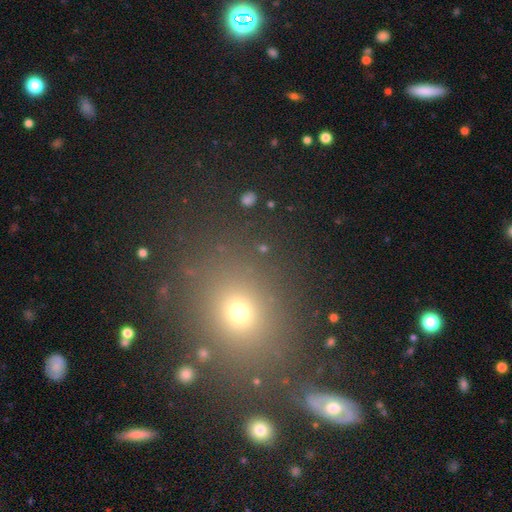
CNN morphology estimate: The model was most divided on "how rounded": round: 62%, in between: 37%, cigar-shaped: 2%. More confident: merging — none (82%); smooth or featured — smooth (60%).